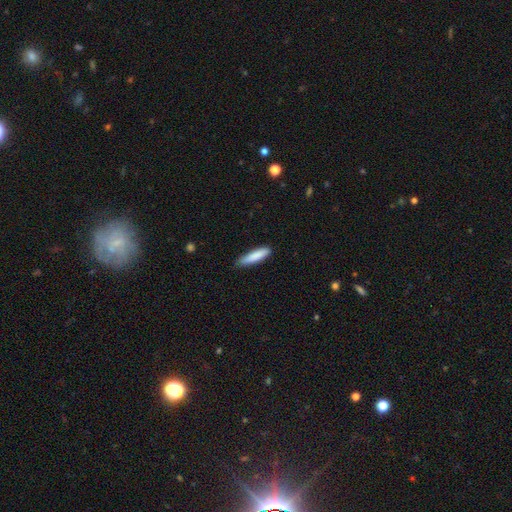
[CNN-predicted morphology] smooth 85%, featured or disk 9%, star or artifact 6%. Down the decision tree: how rounded — cigar-shaped (78%); merging — none (80%).